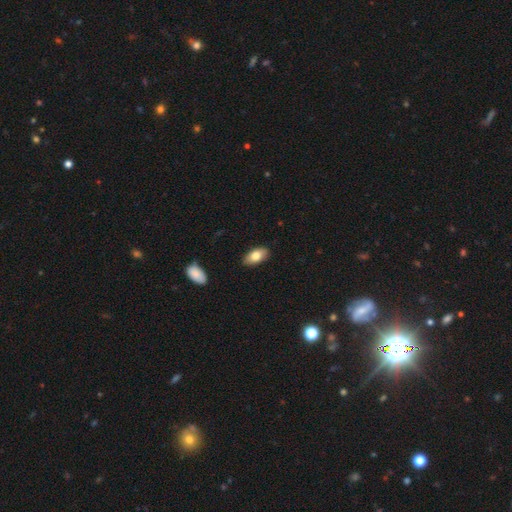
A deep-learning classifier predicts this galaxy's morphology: A smooth galaxy with no disk features (79%) that is in between round and cigar-shaped (92%). Merging: none (87%).